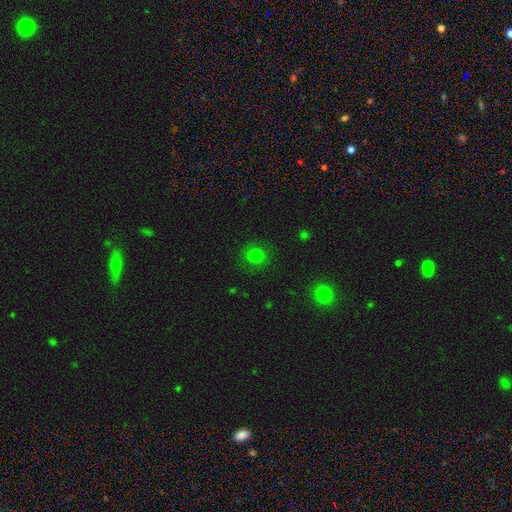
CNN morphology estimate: type=smooth (77%); roundness=round (89%); merging=none (87%).